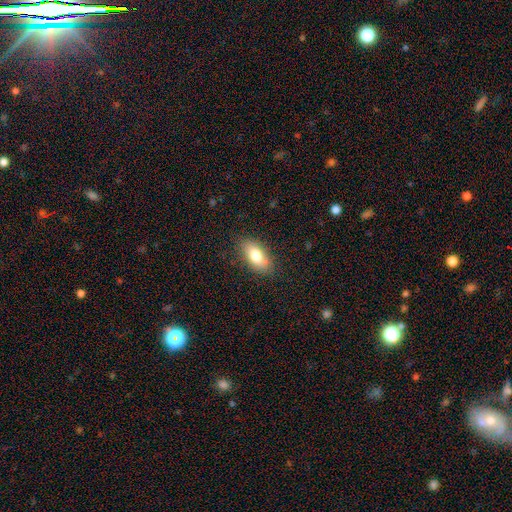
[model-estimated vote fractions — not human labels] Morphology: type=smooth (78%); roundness=in between (89%); merging=none (81%).